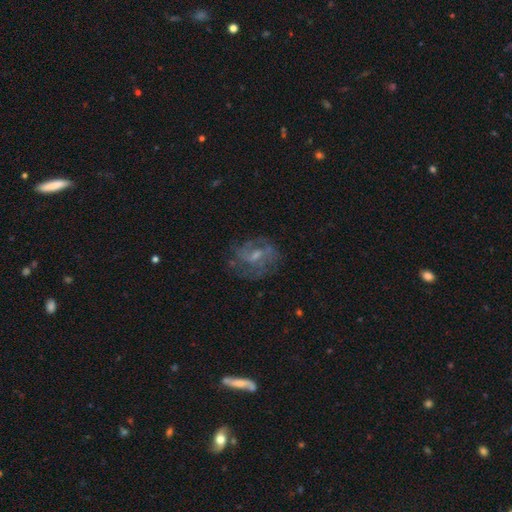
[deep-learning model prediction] smooth_or_featured: featured or disk (p=0.69) [alt: smooth p=0.21]
disk_edge_on: no (p=0.97) [alt: yes p=0.03]
bar: weak (p=0.52) [alt: no p=0.36]
has_spiral_arms: yes (p=0.77) [alt: no p=0.23]
spiral_winding: medium (p=0.45) [alt: tight p=0.30]
spiral_arm_count: 2 (p=0.38) [alt: can't tell p=0.35]
bulge_size: small (p=0.43) [alt: moderate p=0.39]
merging: none (p=0.63) [alt: minor disturbance p=0.19]